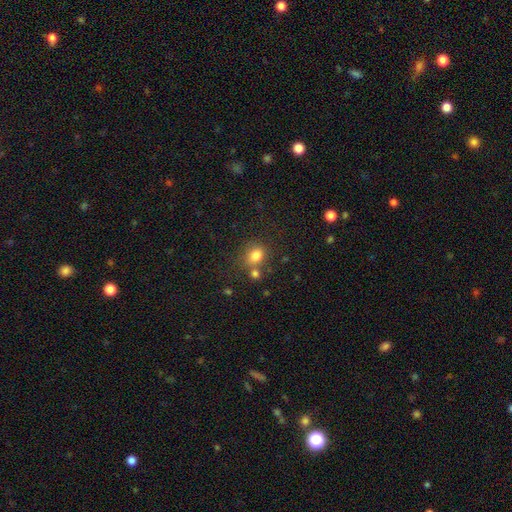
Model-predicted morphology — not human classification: type=smooth (80%); roundness=round (69%); merging=none (63%).